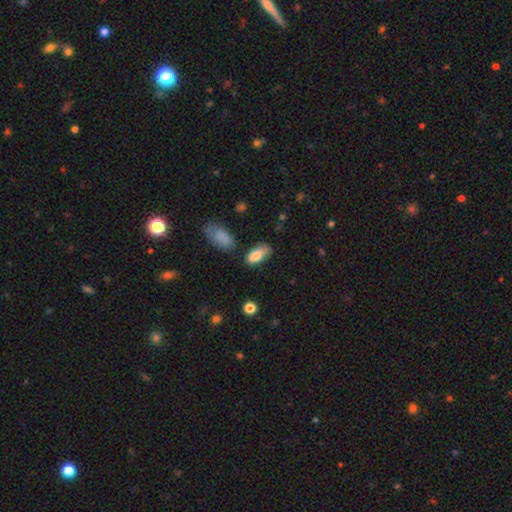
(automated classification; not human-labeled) This appears to be a smooth galaxy with no disk features (83%) that is in between round and cigar-shaped (90%). Merging: none (57%).